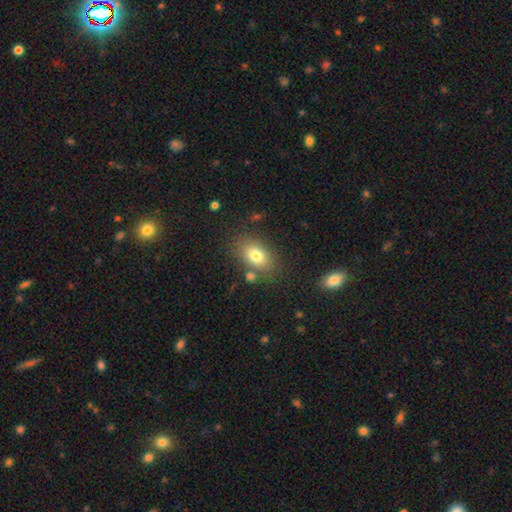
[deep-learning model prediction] smooth-or-featured: smooth: 77% | featured or disk: 13% | star or artifact: 10%
  how-rounded: in between: 83% | round: 15% | cigar-shaped: 2%
  merging: none: 75% | minor disturbance: 12% | merger: 8% | major disturbance: 4%